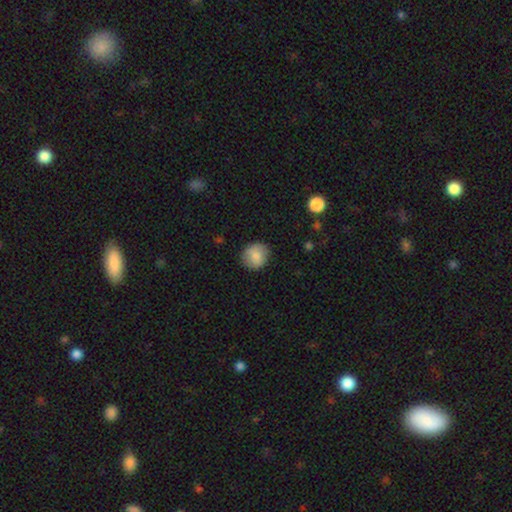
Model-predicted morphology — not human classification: This appears to be a smooth galaxy with no disk features (83%) that is round (82%). Merging: none (84%).